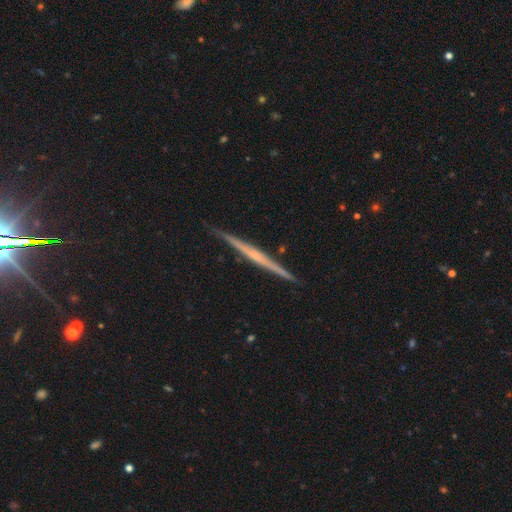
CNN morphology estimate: This is likely a featured or disk galaxy (75%). It is clearly viewed edge-on (98%). Edge-on bulge: possibly none (59%). Merging: clearly none (91%).